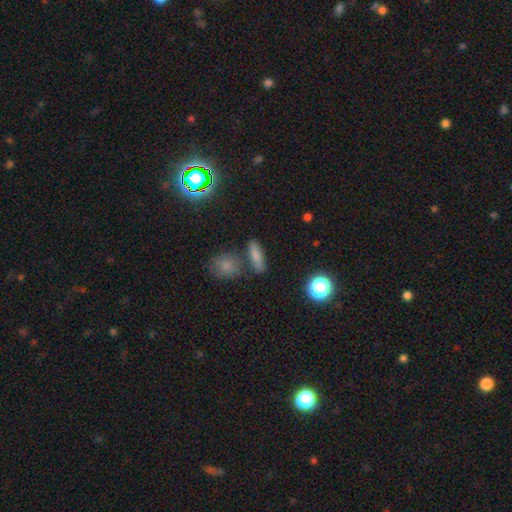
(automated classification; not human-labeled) smooth 74%, star or artifact 14%, featured or disk 12%. Down the decision tree: how rounded — cigar-shaped (47%); merging — none (72%).